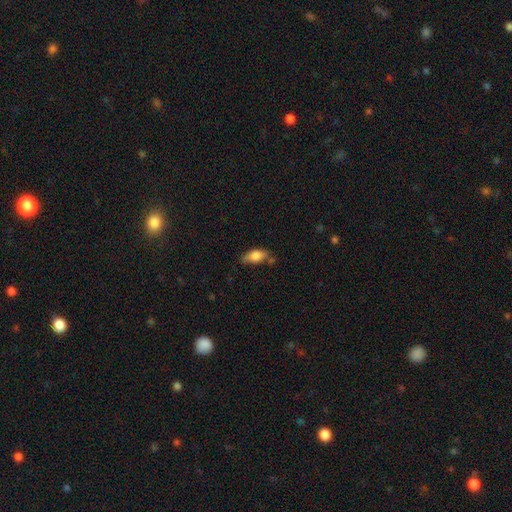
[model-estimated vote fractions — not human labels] Smooth or featured? Predicted: smooth (p=0.78). How rounded? Predicted: in between (p=0.83). Merging? Predicted: none (p=0.59).